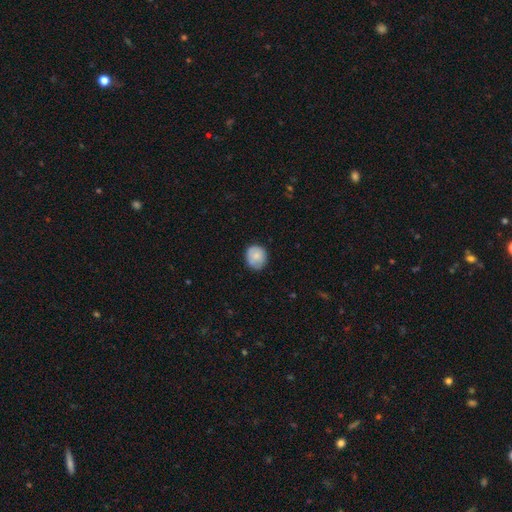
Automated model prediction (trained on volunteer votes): A smooth galaxy with no disk features (79%) that is round (80%).

Vote fractions:
- Smooth or featured? smooth: 79% / featured or disk: 14% / star or artifact: 7%
- How rounded? round: 80% / in between: 19% / cigar-shaped: 1%
- Merging? none: 76% / minor disturbance: 19% / major disturbance: 4% / merger: 1%